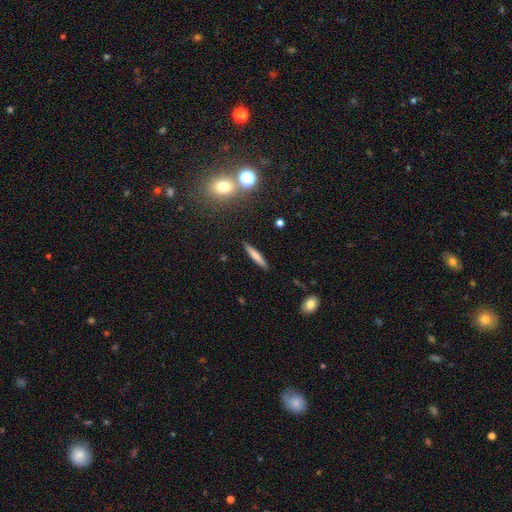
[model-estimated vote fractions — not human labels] smooth-or-featured: smooth: 71% | featured or disk: 21% | star or artifact: 8%
  how-rounded: cigar-shaped: 92% | in between: 7% | round: 2%
  merging: none: 90% | minor disturbance: 7% | major disturbance: 2% | merger: 1%